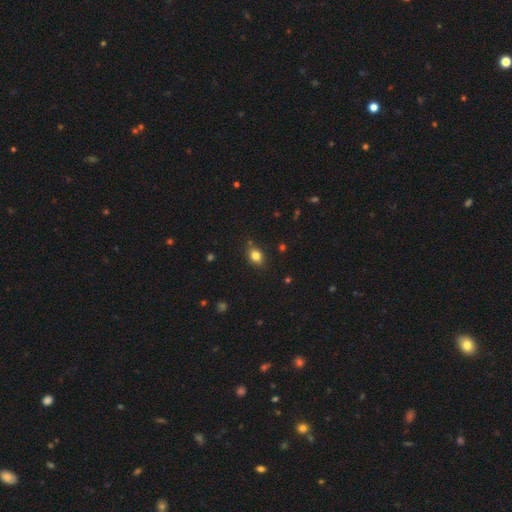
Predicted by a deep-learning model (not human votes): Smooth or featured?
  - smooth: 82% *
  - star or artifact: 11%
  - featured or disk: 7%
How rounded?
  - in between: 58% *
  - round: 40%
  - cigar-shaped: 1%
Merging?
  - none: 82% *
  - minor disturbance: 13%
  - major disturbance: 3%
  - merger: 3%